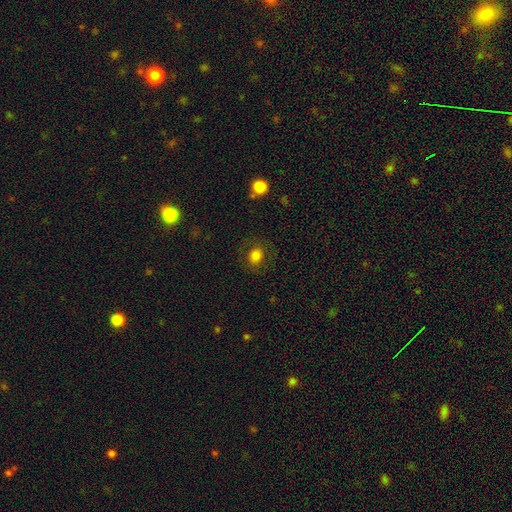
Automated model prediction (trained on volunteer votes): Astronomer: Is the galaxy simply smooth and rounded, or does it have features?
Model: smooth — 79%.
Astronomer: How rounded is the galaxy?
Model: round — 69%.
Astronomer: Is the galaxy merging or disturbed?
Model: none — 82%.